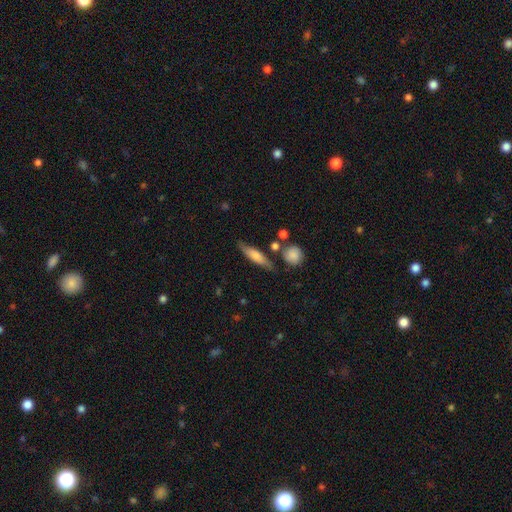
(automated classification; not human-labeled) Overall: smooth (58%; featured or disk 35%). How rounded: cigar-shaped (68%). Merging: none (72%).